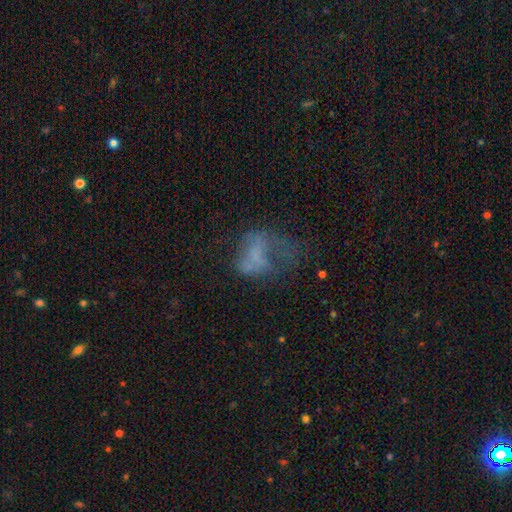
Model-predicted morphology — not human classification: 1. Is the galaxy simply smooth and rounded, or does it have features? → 42% featured or disk, 39% smooth, 20% star or artifact.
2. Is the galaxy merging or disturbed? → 47% major disturbance, 27% none, 18% minor disturbance, 8% merger.